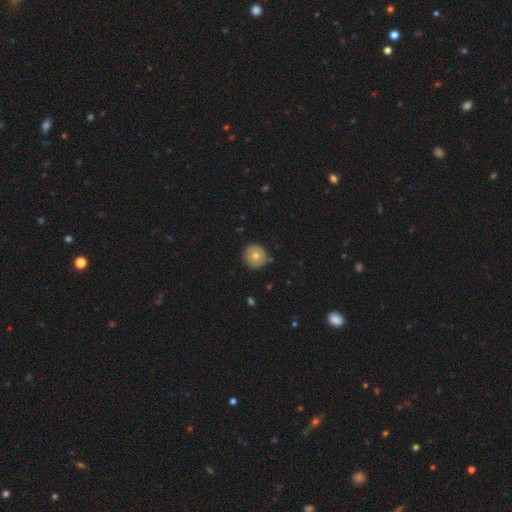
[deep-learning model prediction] A smooth galaxy with no disk features (68%) that is round (93%).

Vote fractions:
- Smooth or featured? smooth: 68% / featured or disk: 24% / star or artifact: 8%
- How rounded? round: 93% / in between: 6% / cigar-shaped: 1%
- Merging? none: 87% / minor disturbance: 10% / major disturbance: 2% / merger: 1%